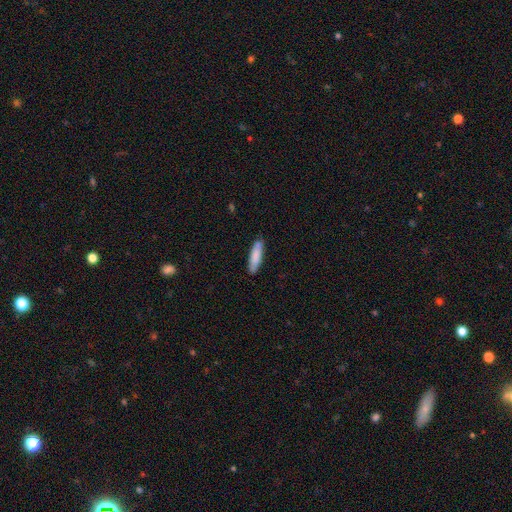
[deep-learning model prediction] Smooth or featured? smooth (81%)
How rounded? cigar-shaped (68%)
Merging? none (80%)